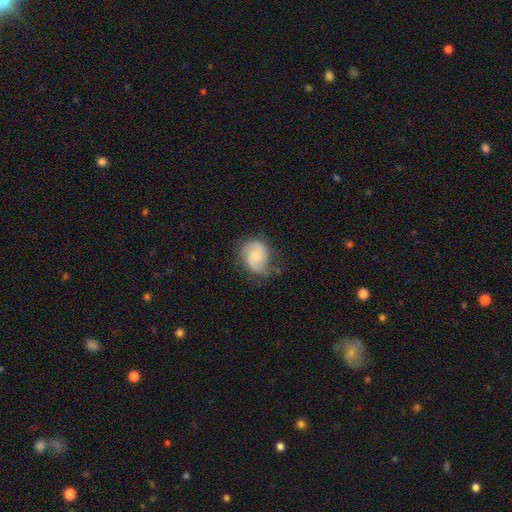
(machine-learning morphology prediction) type=featured or disk (60%); edge-on=no (98%); bar=no (61%); spiral arms=yes (89%); winding=medium (46%); arm count=2 (81%); bulge=moderate (48%); merging=none (62%).